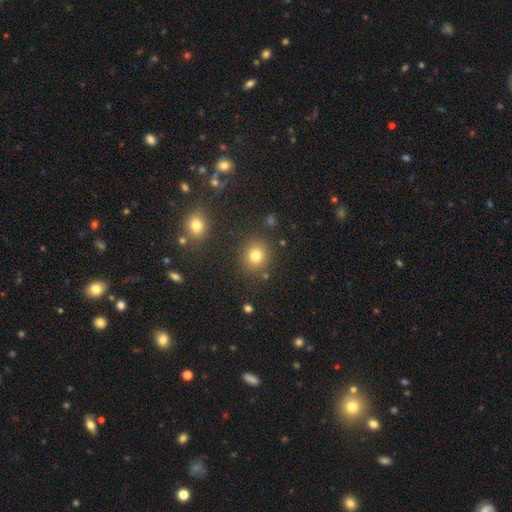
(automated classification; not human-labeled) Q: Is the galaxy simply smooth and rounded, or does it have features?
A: smooth — 78%.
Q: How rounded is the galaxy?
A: round — 86%.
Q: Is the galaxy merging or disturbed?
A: none — 85%.